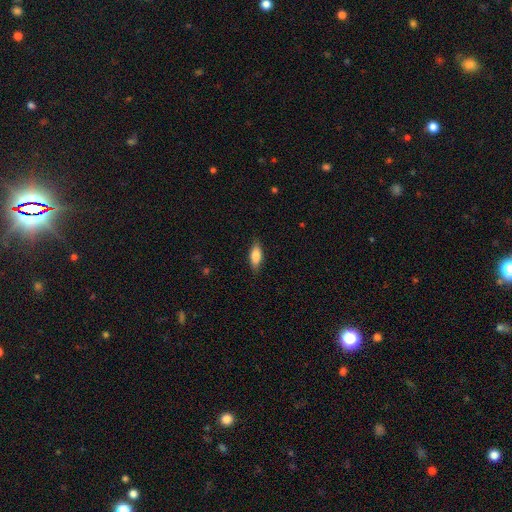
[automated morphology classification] Overall: smooth (79%). How rounded: in between (74%). Merging: none (85%).